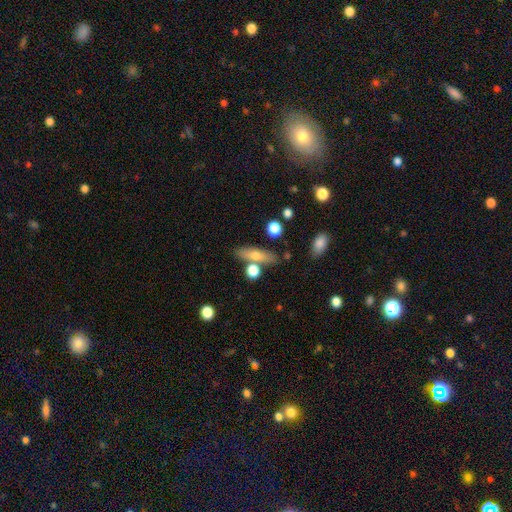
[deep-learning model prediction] Smooth or featured: smooth — 62% (featured or disk — 30%)
How rounded: cigar-shaped — 58% (in between — 36%)
Merging: none — 73% (merger — 12%)